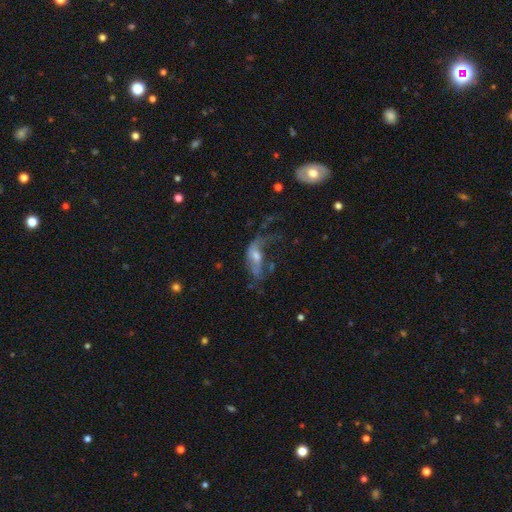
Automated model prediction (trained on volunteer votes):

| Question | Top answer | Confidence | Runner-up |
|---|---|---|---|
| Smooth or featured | featured or disk | 58% | smooth (31%) |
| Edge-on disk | no | 84% | yes (16%) |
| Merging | major disturbance | 51% | none (24%) |